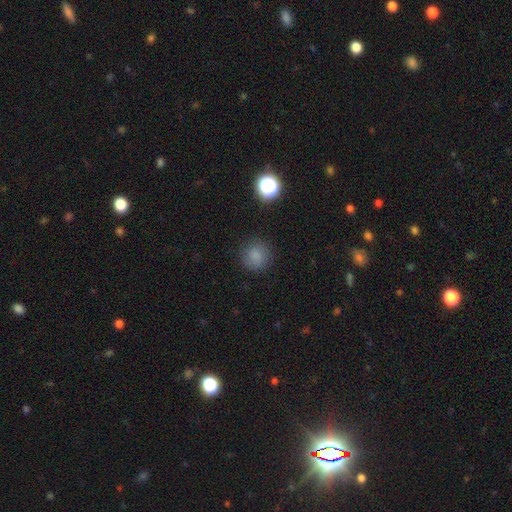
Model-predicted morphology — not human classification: smooth-or-featured: smooth: 81% | star or artifact: 13% | featured or disk: 5%
  how-rounded: round: 91% | in between: 8% | cigar-shaped: 1%
  merging: none: 86% | minor disturbance: 10% | major disturbance: 3% | merger: 1%